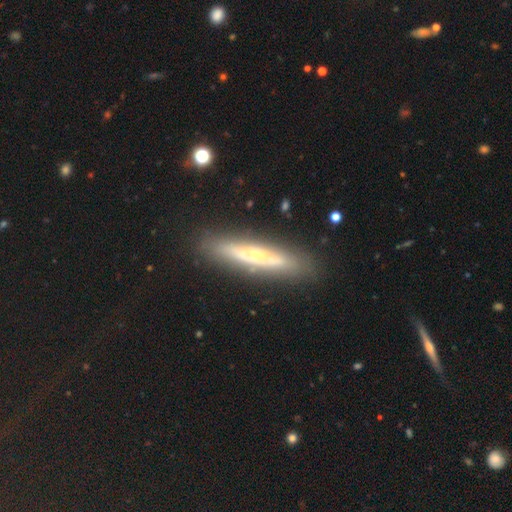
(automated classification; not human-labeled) Smooth or featured? Predicted: featured or disk (p=0.64). Edge-on disk? Predicted: yes (p=0.78). Merging? Predicted: none (p=0.85).